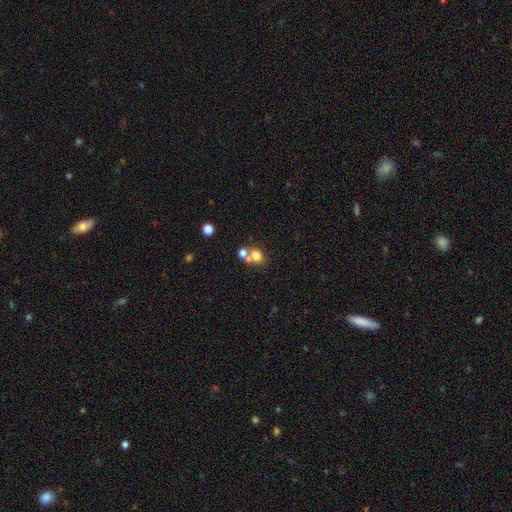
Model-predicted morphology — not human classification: Smooth or featured? smooth (72%)
How rounded? round (59%)
Merging? none (44%)